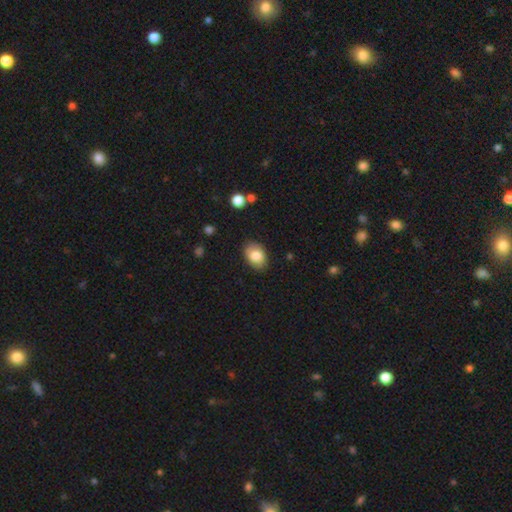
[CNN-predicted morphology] Smooth or featured: smooth — 82% (featured or disk — 11%)
How rounded: in between — 79% (round — 20%)
Merging: none — 82% (minor disturbance — 14%)